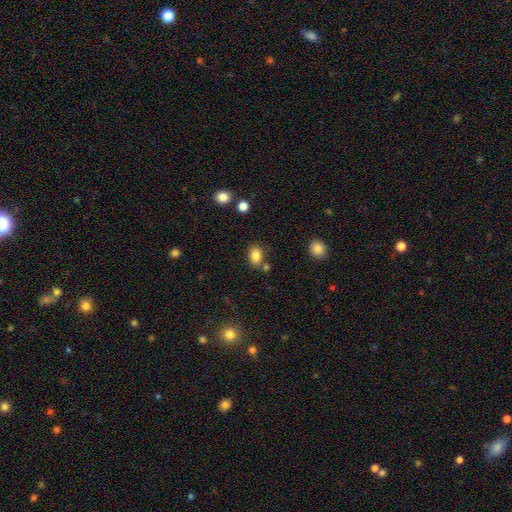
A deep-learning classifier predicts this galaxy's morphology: Smooth or featured: smooth — 84% (star or artifact — 10%)
How rounded: in between — 69% (round — 30%)
Merging: none — 74% (minor disturbance — 13%)